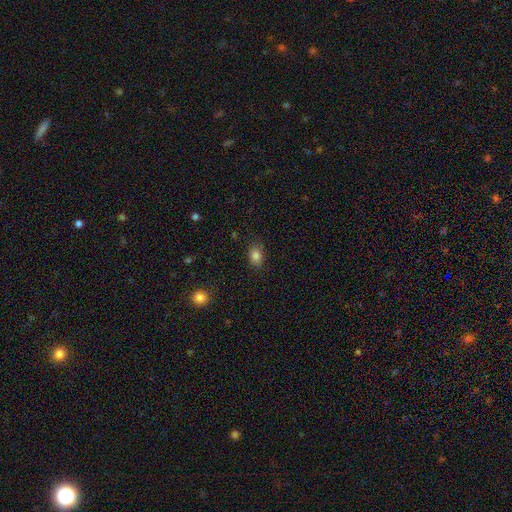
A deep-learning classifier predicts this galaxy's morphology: Overall: smooth (83%). How rounded: in between (71%). Merging: none (81%).